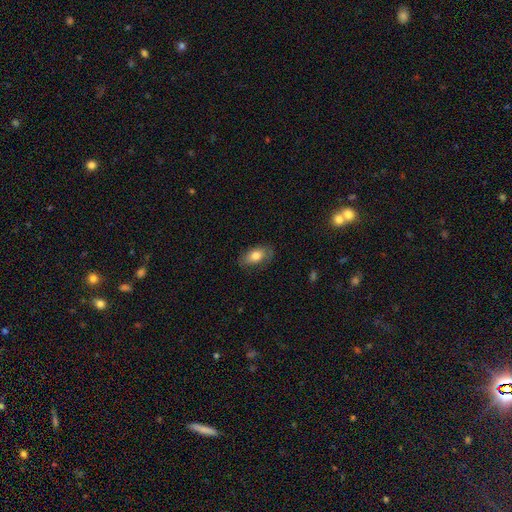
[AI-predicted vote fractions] A smooth galaxy with no disk features (75%) that is in between round and cigar-shaped (89%). Merging: none (76%).